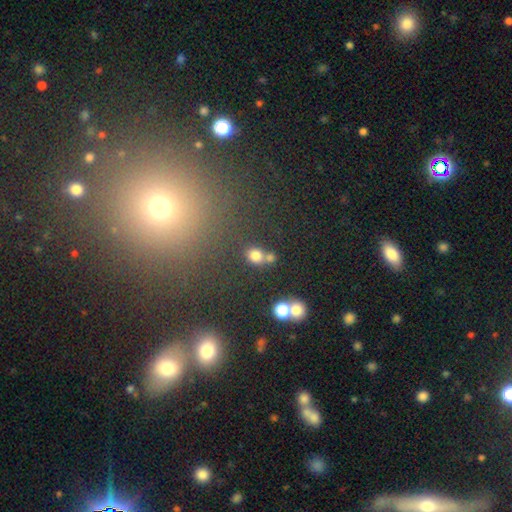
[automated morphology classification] Q: Smooth or featured?
A: smooth (75%); runner-up: star or artifact (16%)
Q: How rounded?
A: round (68%); runner-up: in between (31%)
Q: Merging?
A: none (50%); runner-up: merger (34%)